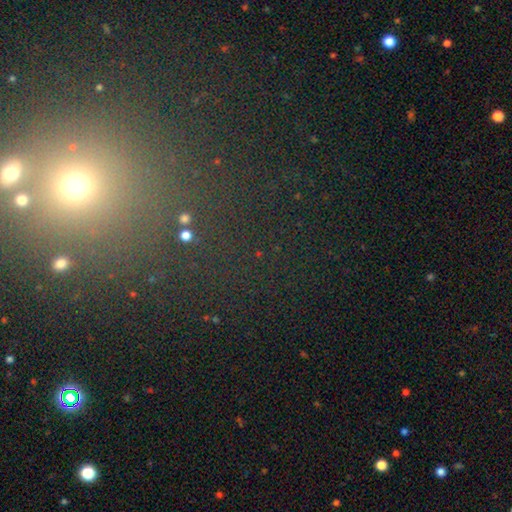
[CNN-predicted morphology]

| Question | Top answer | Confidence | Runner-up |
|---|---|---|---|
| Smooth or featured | star or artifact | 58% | smooth (33%) |